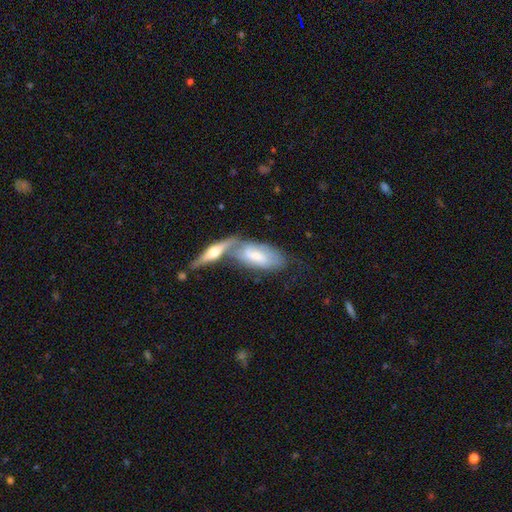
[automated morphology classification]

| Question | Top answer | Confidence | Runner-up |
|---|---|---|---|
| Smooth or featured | featured or disk | 48% | smooth (46%) |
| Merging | merger | 52% | none (29%) |